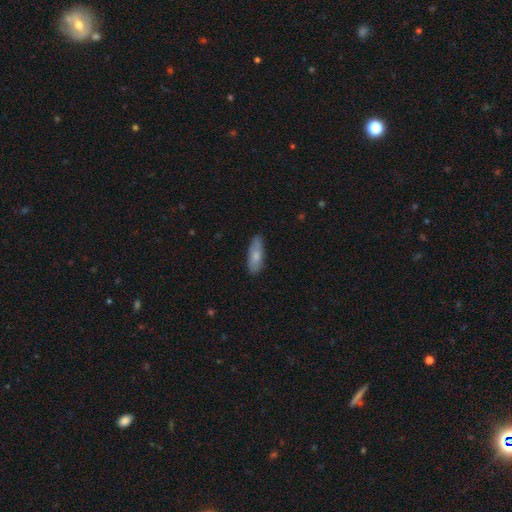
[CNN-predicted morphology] type=smooth (77%); roundness=in between (69%); merging=none (81%).